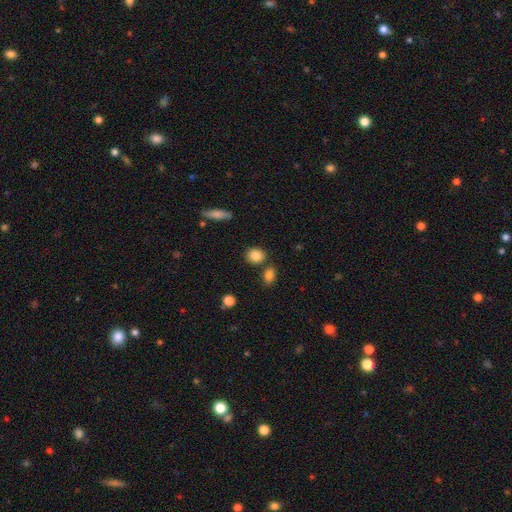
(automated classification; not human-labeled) This appears to be a smooth galaxy with no disk features (85%) that is round (63%). Merging: none (76%).